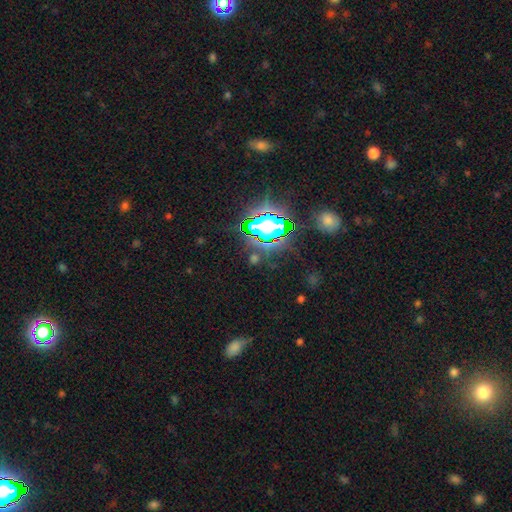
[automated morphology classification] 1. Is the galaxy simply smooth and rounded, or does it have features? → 75% star or artifact, 15% smooth, 9% featured or disk.